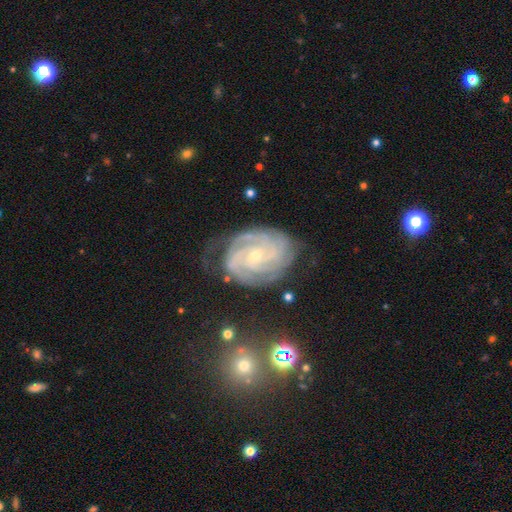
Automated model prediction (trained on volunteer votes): Overall: featured or disk (90%). Edge-on disk: no (97%). Bar: no (59%; weak 31%). Spiral arms: yes (98%). Spiral arm count: 3 (27%; 4 23%). Spiral winding: tight (76%). Bulge size: small (76%). Merging: none (70%).